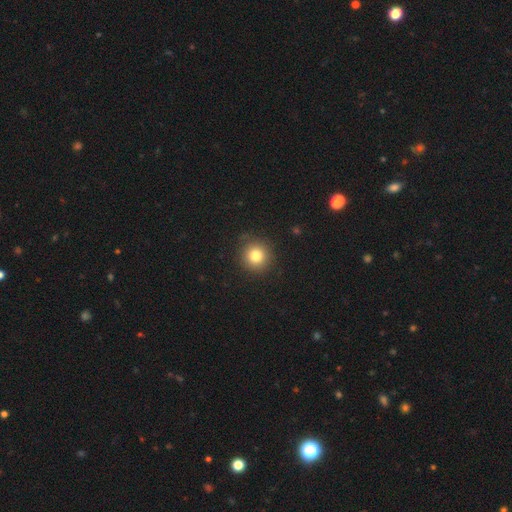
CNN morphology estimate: Smooth or featured: smooth — 81% (star or artifact — 12%)
How rounded: round — 93% (in between — 6%)
Merging: none — 88% (minor disturbance — 8%)